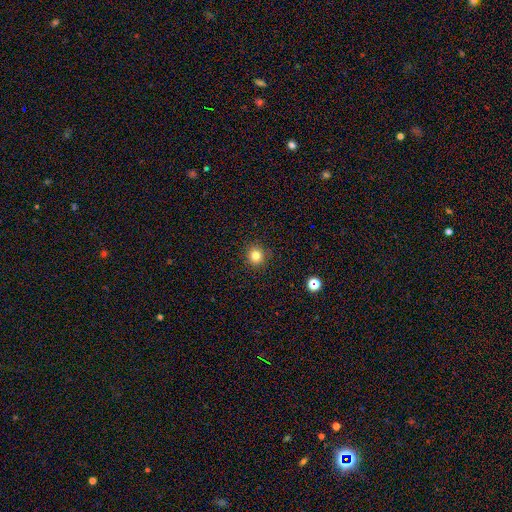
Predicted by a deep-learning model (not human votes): Morphology: type=smooth (80%); roundness=round (93%); merging=none (90%).